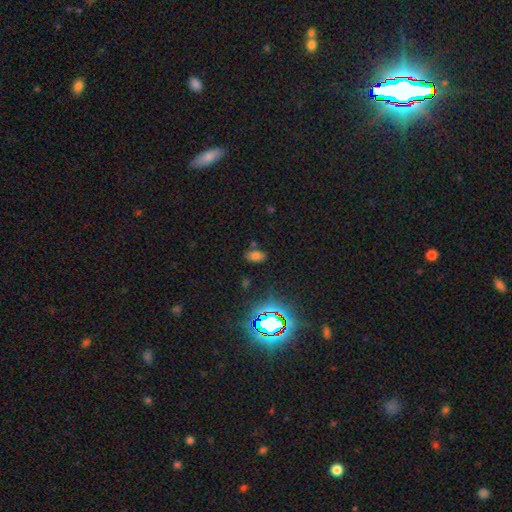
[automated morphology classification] Smooth or featured: smooth — 65% (star or artifact — 27%)
How rounded: in between — 89% (round — 9%)
Merging: none — 75% (minor disturbance — 15%)